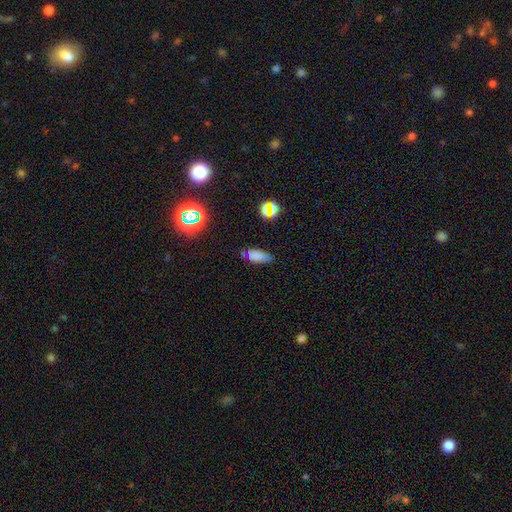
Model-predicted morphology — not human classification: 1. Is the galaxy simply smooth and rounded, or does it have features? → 72% smooth, 17% star or artifact, 10% featured or disk.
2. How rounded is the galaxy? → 75% in between, 22% cigar-shaped, 3% round.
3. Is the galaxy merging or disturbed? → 62% none, 25% minor disturbance, 6% major disturbance, 6% merger.